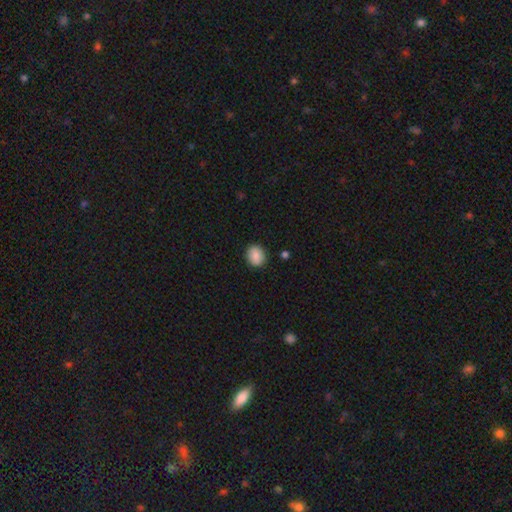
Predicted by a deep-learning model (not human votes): Smooth or featured? Predicted: smooth (p=0.88). How rounded? Predicted: round (p=0.60). Merging? Predicted: none (p=0.88).